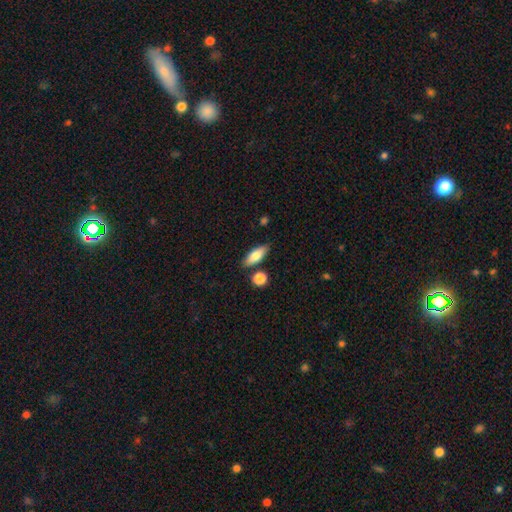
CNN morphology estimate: Q: Smooth or featured?
A: smooth (76%); runner-up: featured or disk (17%)
Q: How rounded?
A: in between (69%); runner-up: cigar-shaped (27%)
Q: Merging?
A: none (80%); runner-up: minor disturbance (11%)